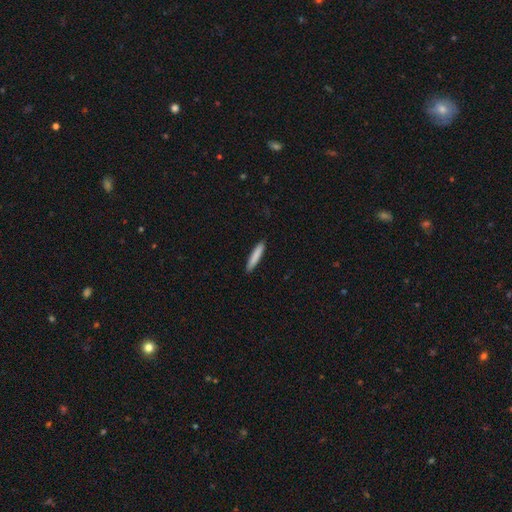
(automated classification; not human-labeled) Smooth or featured: smooth — 85% (featured or disk — 9%)
How rounded: cigar-shaped — 90% (in between — 8%)
Merging: none — 91% (minor disturbance — 7%)